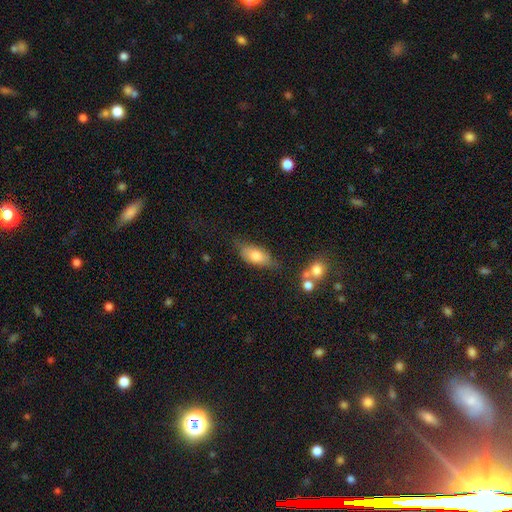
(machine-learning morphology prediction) Smooth or featured?
  - smooth: 75% *
  - featured or disk: 18%
  - star or artifact: 7%
How rounded?
  - in between: 82% *
  - cigar-shaped: 14%
  - round: 4%
Merging?
  - none: 64% *
  - minor disturbance: 25%
  - major disturbance: 7%
  - merger: 5%